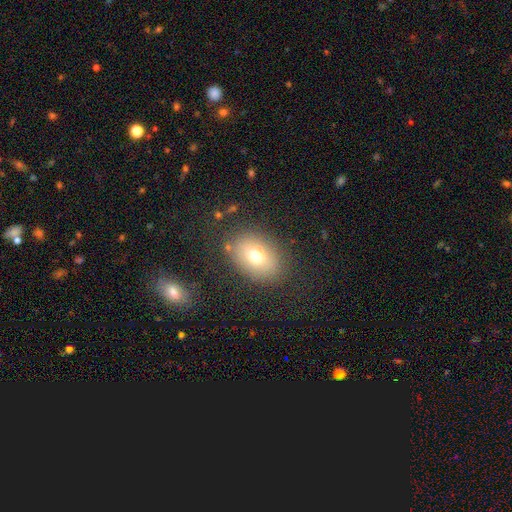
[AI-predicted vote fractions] A smooth galaxy with no disk features (71%) that is in between round and cigar-shaped (71%). Merging: none (79%).